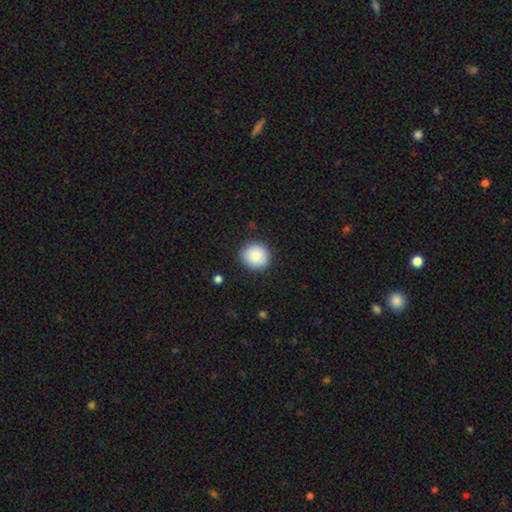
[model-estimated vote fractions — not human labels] Smooth or featured? Predicted: smooth (p=0.87). How rounded? Predicted: round (p=0.90). Merging? Predicted: none (p=0.89).